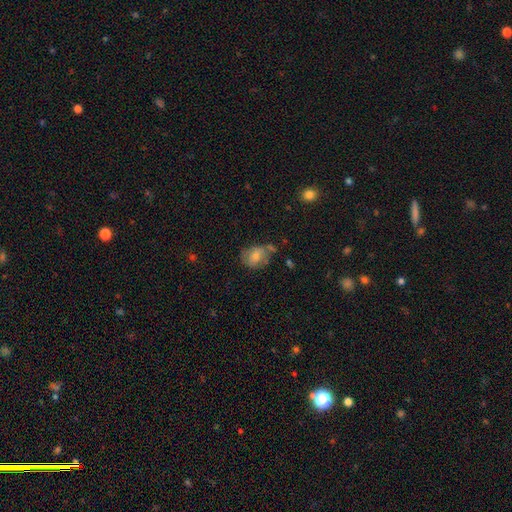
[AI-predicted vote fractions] This appears to be a smooth galaxy with no disk features (63%) that is in between round and cigar-shaped (58%). Merging: none (53%).